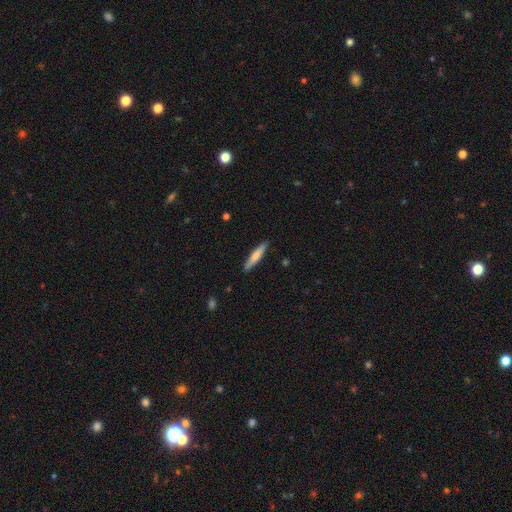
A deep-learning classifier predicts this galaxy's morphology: Q: Smooth or featured?
A: smooth (70%); runner-up: featured or disk (24%)
Q: How rounded?
A: cigar-shaped (90%); runner-up: in between (9%)
Q: Merging?
A: none (90%); runner-up: minor disturbance (8%)